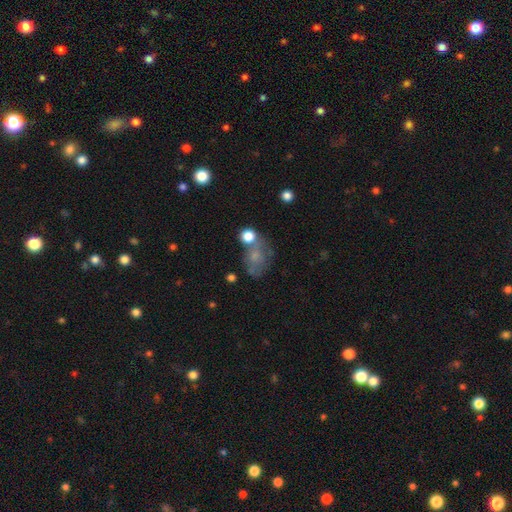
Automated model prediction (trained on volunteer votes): The model was most divided on "how rounded": in between: 58%, round: 41%, cigar-shaped: 2%. Remaining: smooth or featured — smooth (55%); merging — none (42%).